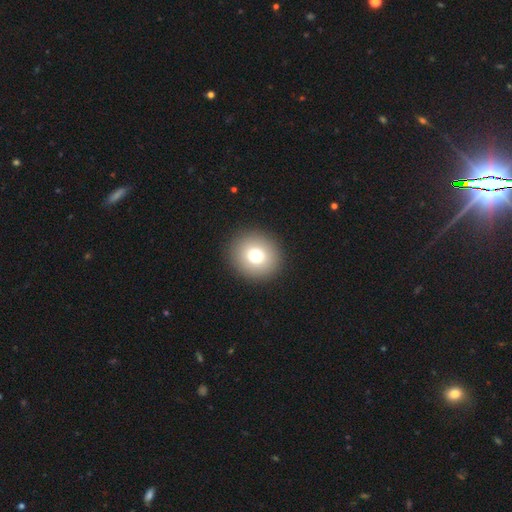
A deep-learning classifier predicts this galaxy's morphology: smooth-or-featured: smooth: 76% | featured or disk: 13% | star or artifact: 11%
  how-rounded: round: 88% | in between: 11% | cigar-shaped: 1%
  merging: none: 92% | minor disturbance: 5% | major disturbance: 2% | merger: 1%